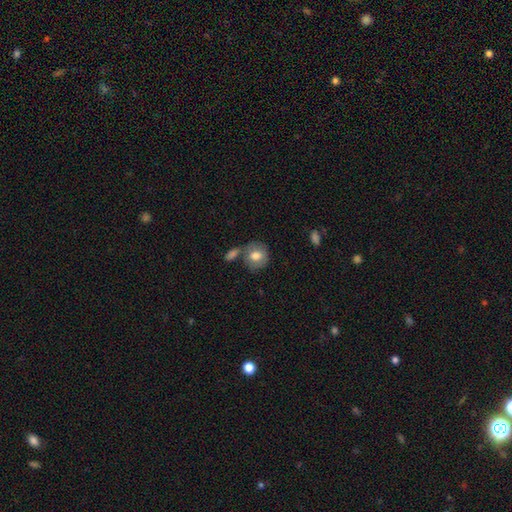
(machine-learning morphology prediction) A smooth galaxy with no disk features (74%) that is round (74%).

Vote fractions:
- Smooth or featured? smooth: 74% / featured or disk: 19% / star or artifact: 7%
- How rounded? round: 74% / in between: 25% / cigar-shaped: 1%
- Merging? none: 55% / merger: 23% / minor disturbance: 16% / major disturbance: 6%